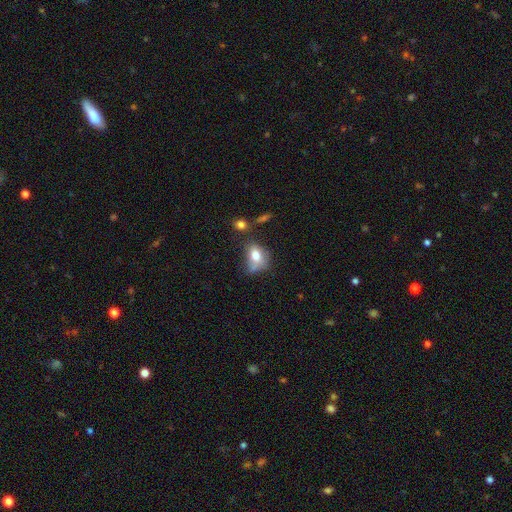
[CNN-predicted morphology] A smooth galaxy with no disk features (73%) that is in between round and cigar-shaped (72%).

Vote fractions:
- Smooth or featured? smooth: 73% / featured or disk: 17% / star or artifact: 10%
- How rounded? in between: 72% / round: 26% / cigar-shaped: 2%
- Merging? none: 34% / minor disturbance: 28% / merger: 22% / major disturbance: 16%